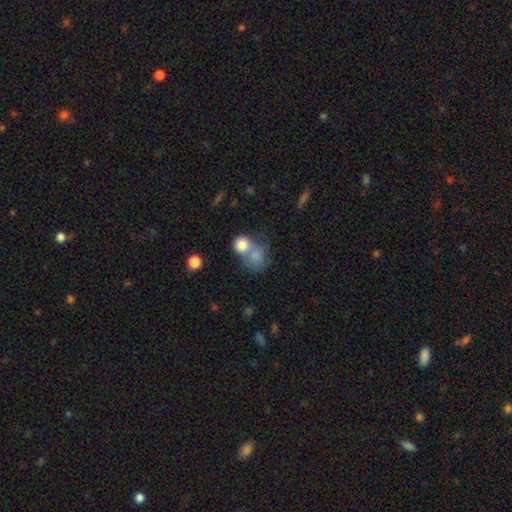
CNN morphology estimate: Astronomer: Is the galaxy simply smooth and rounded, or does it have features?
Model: smooth — 77%.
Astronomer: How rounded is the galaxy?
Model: round — 64%.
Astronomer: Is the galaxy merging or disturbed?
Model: merger — 62%.